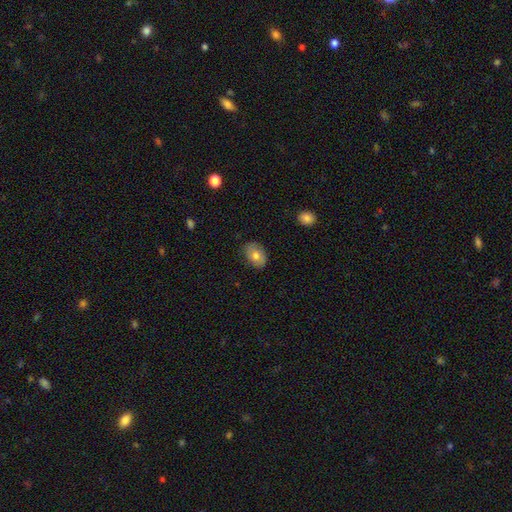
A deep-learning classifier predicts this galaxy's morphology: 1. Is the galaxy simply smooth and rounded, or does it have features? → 74% smooth, 18% featured or disk, 8% star or artifact.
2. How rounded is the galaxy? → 80% in between, 19% round, 1% cigar-shaped.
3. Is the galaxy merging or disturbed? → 82% none, 15% minor disturbance, 3% major disturbance, 1% merger.